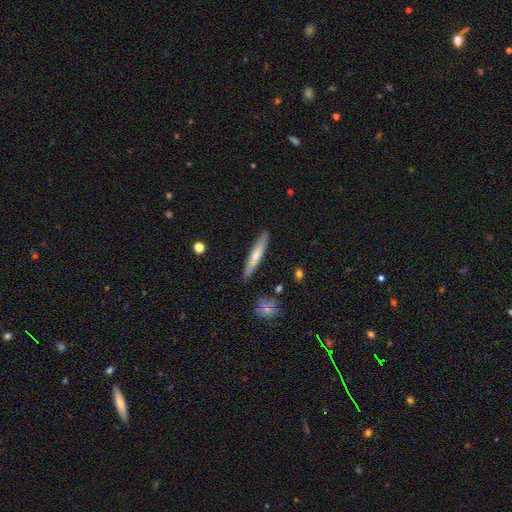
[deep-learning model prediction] Smooth or featured: smooth — 59% (featured or disk — 35%)
How rounded: cigar-shaped — 89% (in between — 9%)
Merging: none — 82% (minor disturbance — 12%)